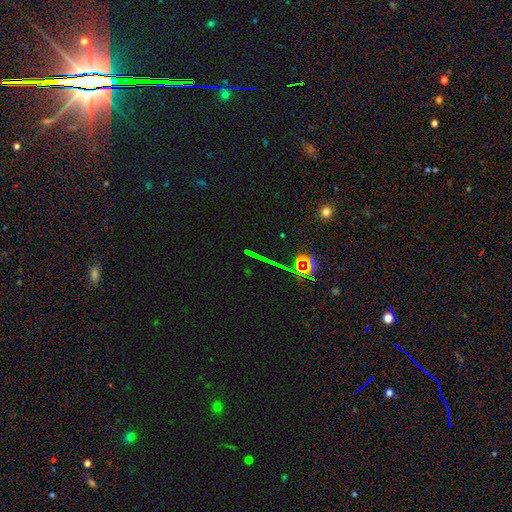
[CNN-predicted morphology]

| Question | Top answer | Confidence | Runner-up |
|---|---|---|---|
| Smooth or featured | star or artifact | 64% | featured or disk (20%) |